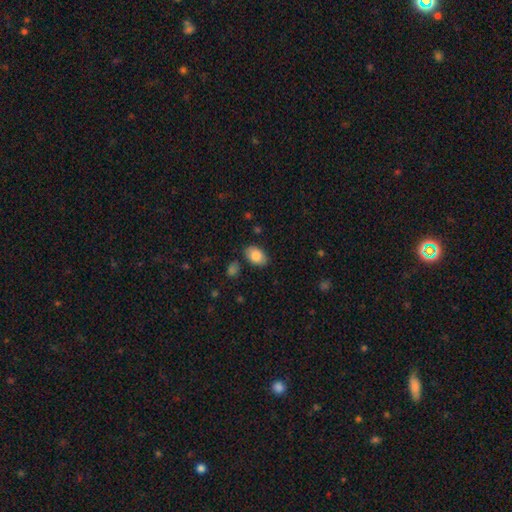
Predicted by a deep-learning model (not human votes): smooth-or-featured: smooth: 84% | featured or disk: 9% | star or artifact: 7%
  how-rounded: in between: 88% | round: 11% | cigar-shaped: 1%
  merging: none: 81% | minor disturbance: 13% | major disturbance: 3% | merger: 3%